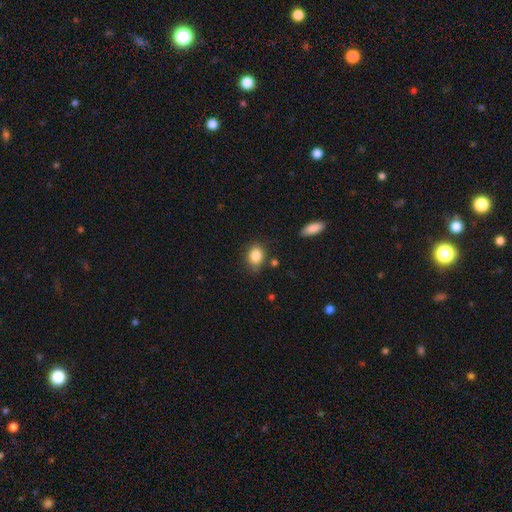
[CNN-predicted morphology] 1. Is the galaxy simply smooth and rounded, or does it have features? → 86% smooth, 9% star or artifact, 5% featured or disk.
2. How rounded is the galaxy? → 55% in between, 43% round, 1% cigar-shaped.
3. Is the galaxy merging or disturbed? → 77% none, 16% minor disturbance, 4% major disturbance, 4% merger.